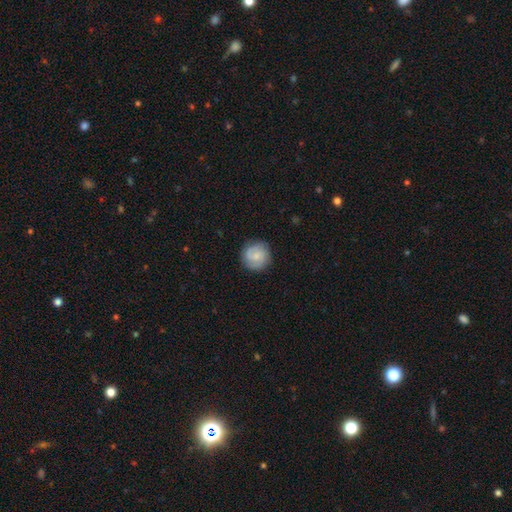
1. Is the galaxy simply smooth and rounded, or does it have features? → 55% featured or disk, 42% smooth, 3% star or artifact.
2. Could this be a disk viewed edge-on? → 100% no, 0% yes.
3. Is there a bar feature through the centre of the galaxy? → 52% no, 43% weak, 5% strong.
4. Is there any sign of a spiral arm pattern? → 81% yes, 19% no.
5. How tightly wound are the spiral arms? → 53% medium, 35% tight, 12% loose.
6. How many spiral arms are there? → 82% 2, 18% 3, 0% 1, 0% 4, 0% more than 4, 0% can't tell.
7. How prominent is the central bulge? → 43% moderate (tied), 43% small (tied), 14% none, 0% dominant, 0% large.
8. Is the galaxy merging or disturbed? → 92% none, 5% major disturbance, 3% minor disturbance, 0% merger.